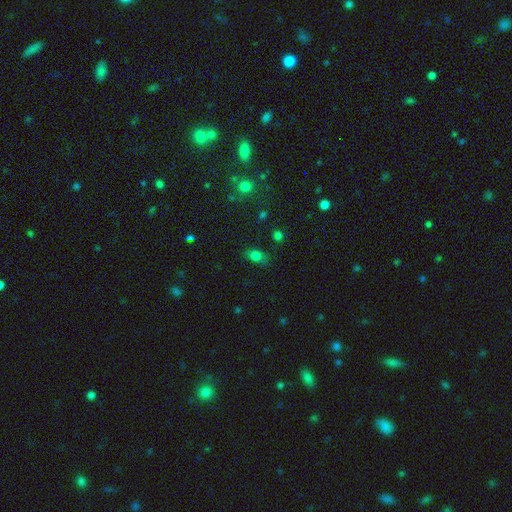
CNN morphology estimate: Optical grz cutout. It shows a smooth galaxy with no disk features (76%) that is in between round and cigar-shaped (75%). Merging: none (78%).